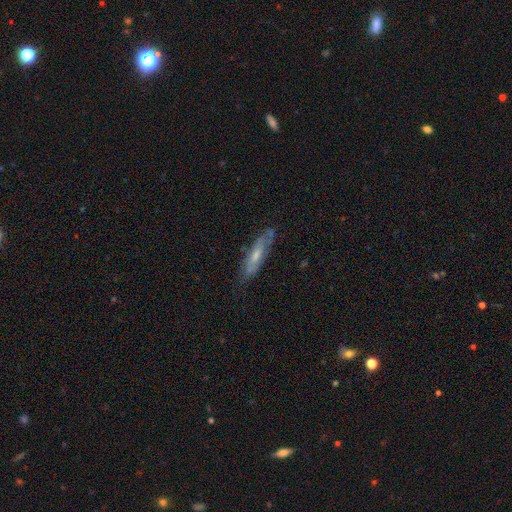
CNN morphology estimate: Overall: featured or disk (47%; smooth 46%). Merging: none (70%).